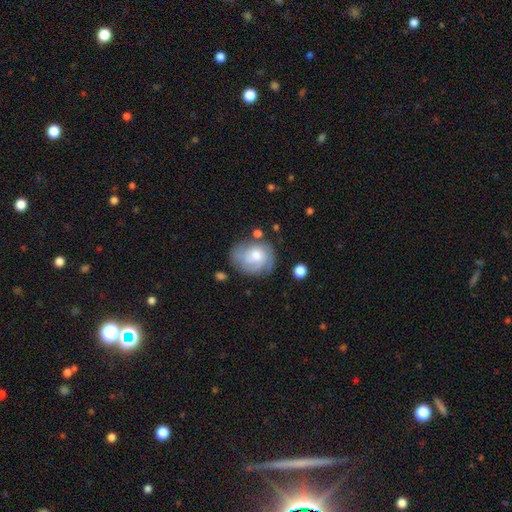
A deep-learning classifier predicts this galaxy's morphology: featured or disk 56%, smooth 37%, star or artifact 8%. Down the decision tree: edge-on disk — no (97%); bar — no (75%); spiral arms — yes (82%); bulge size — moderate (61%); merging — none (63%).